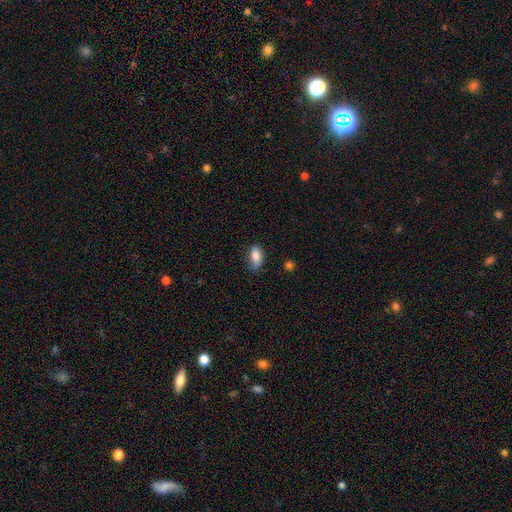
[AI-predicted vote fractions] Smooth or featured? smooth (84%)
How rounded? in between (88%)
Merging? none (62%)